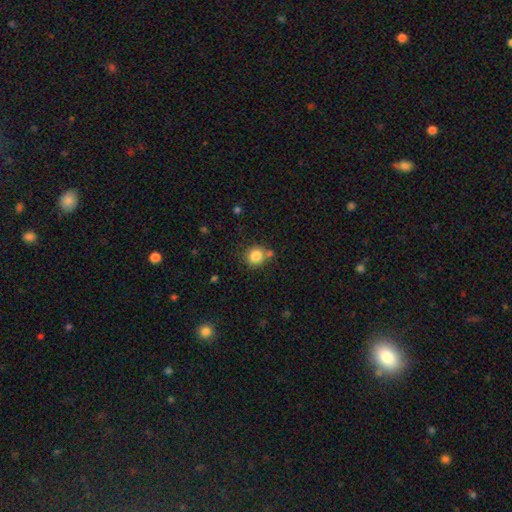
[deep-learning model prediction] Smooth or featured?
  - smooth: 85% *
  - star or artifact: 10%
  - featured or disk: 5%
How rounded?
  - round: 86% *
  - in between: 13%
  - cigar-shaped: 1%
Merging?
  - none: 70% *
  - merger: 14%
  - minor disturbance: 12%
  - major disturbance: 4%